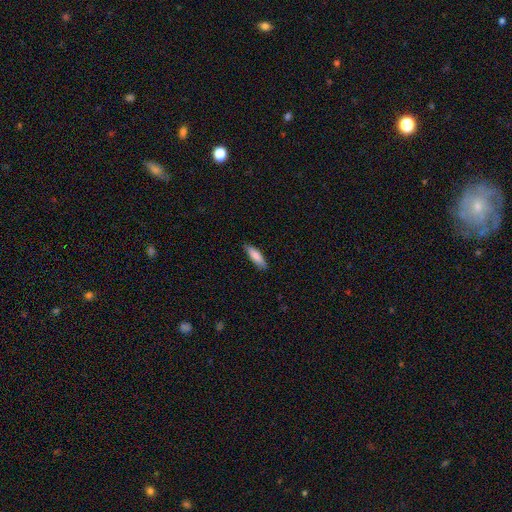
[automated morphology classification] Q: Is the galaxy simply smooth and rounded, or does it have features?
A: smooth — 82%.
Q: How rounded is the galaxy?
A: cigar-shaped — 58%.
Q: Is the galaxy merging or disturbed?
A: none — 84%.